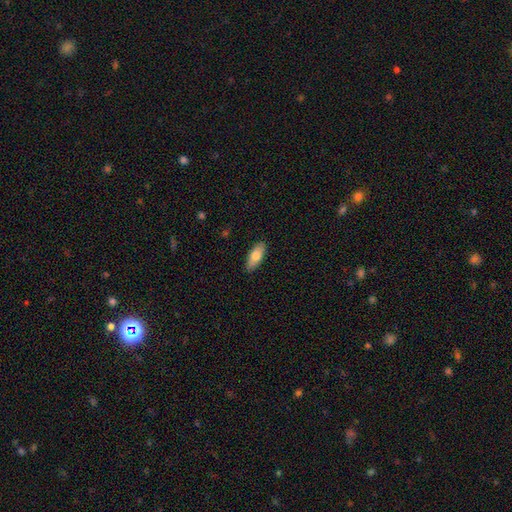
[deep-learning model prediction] Smooth or featured?
  - smooth: 75% *
  - featured or disk: 19%
  - star or artifact: 6%
How rounded?
  - in between: 78% *
  - cigar-shaped: 20%
  - round: 2%
Merging?
  - none: 88% *
  - minor disturbance: 9%
  - major disturbance: 2%
  - merger: 1%